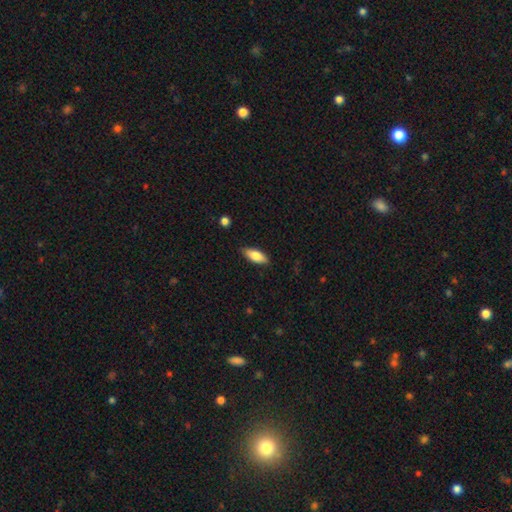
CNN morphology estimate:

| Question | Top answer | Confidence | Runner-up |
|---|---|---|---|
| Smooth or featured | smooth | 80% | featured or disk (14%) |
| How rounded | in between | 79% | cigar-shaped (18%) |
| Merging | none | 85% | minor disturbance (12%) |